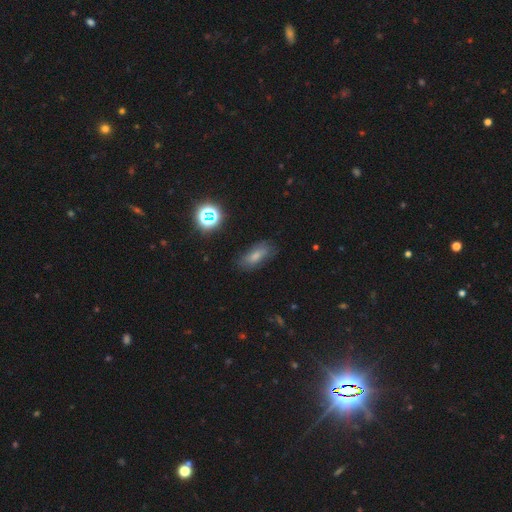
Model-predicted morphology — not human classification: The model was most divided on "smooth or featured": smooth: 69%, featured or disk: 18%, star or artifact: 13%. More confident: how rounded — in between (82%); merging — none (72%).